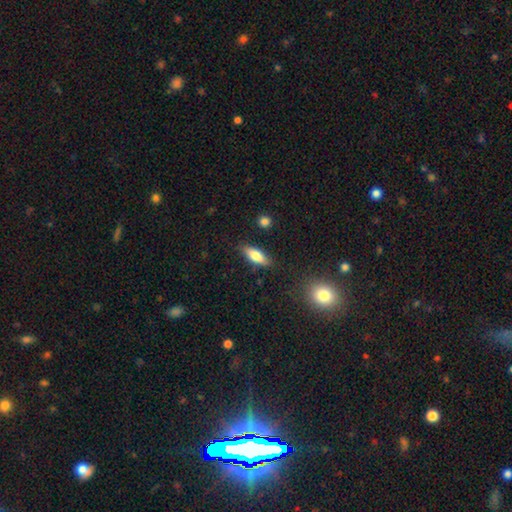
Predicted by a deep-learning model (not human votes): Morphology: type=smooth (74%); roundness=in between (70%); merging=none (83%).